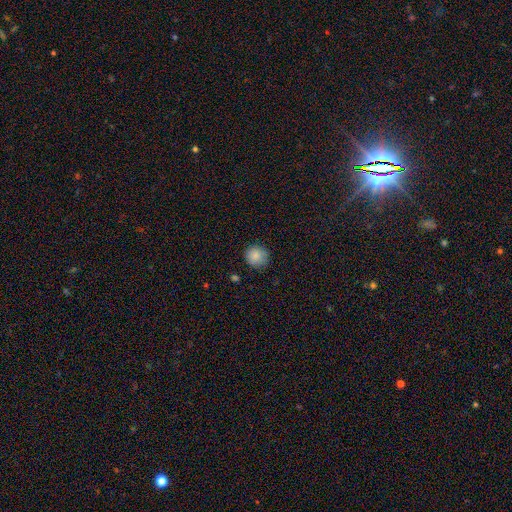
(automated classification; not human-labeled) smooth-or-featured: smooth: 86% | star or artifact: 9% | featured or disk: 5%
  how-rounded: round: 91% | in between: 8% | cigar-shaped: 1%
  merging: none: 85% | minor disturbance: 11% | major disturbance: 2% | merger: 1%